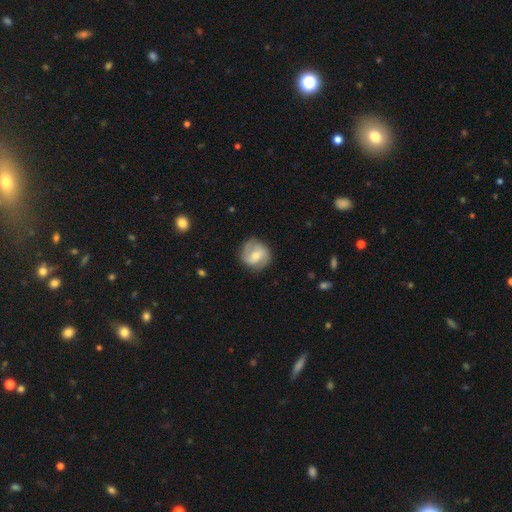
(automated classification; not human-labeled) Smooth or featured?
  - featured or disk: 65% *
  - smooth: 29%
  - star or artifact: 6%
Edge-on disk?
  - no: 97% *
  - yes: 3%
Bar?
  - weak: 48% *
  - no: 28%
  - strong: 24%
Spiral arms?
  - yes: 85% *
  - no: 15%
Spiral winding?
  - medium: 44% *
  - tight: 33%
  - loose: 23%
Spiral arm count?
  - 2: 78% *
  - can't tell: 11%
  - 3: 4%
  - 1: 3%
  - 4: 1%
  - more than 4: 1%
Bulge size?
  - moderate: 49% *
  - small: 45%
  - large: 2%
  - none: 2%
  - dominant: 1%
Merging?
  - none: 79% *
  - minor disturbance: 15%
  - major disturbance: 5%
  - merger: 1%